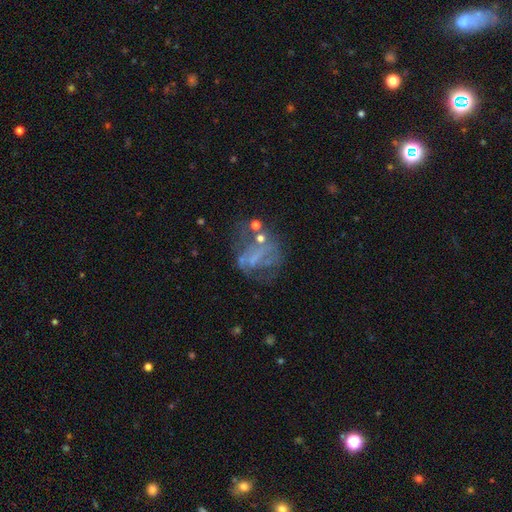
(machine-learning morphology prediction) Q: Smooth or featured?
A: featured or disk (56%); runner-up: smooth (23%)
Q: Edge-on disk?
A: no (96%); runner-up: yes (4%)
Q: Bar?
A: no (59%); runner-up: weak (26%)
Q: Spiral arms?
A: no (72%); runner-up: yes (28%)
Q: Bulge size?
A: none (63%); runner-up: small (24%)
Q: Merging?
A: none (41%); runner-up: major disturbance (32%)